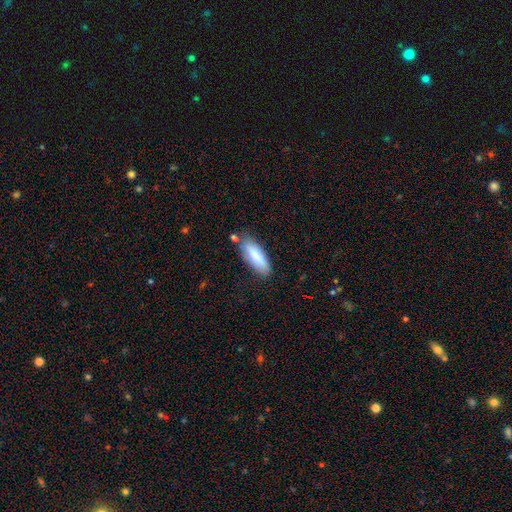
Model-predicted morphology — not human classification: Q: Smooth or featured?
A: smooth (82%); runner-up: featured or disk (11%)
Q: How rounded?
A: in between (53%); runner-up: cigar-shaped (45%)
Q: Merging?
A: none (72%); runner-up: minor disturbance (18%)